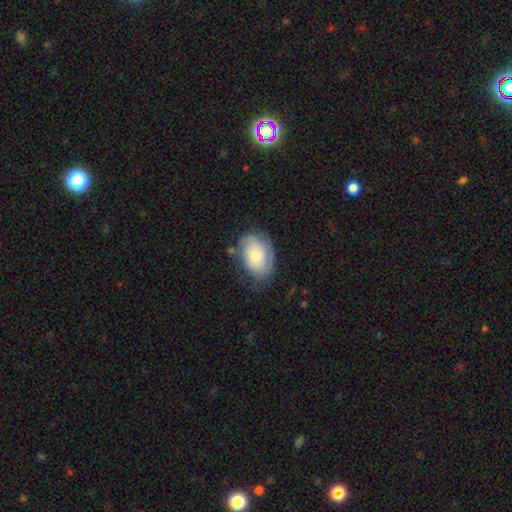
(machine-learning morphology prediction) Smooth or featured? smooth (62%)
How rounded? in between (87%)
Merging? none (61%)